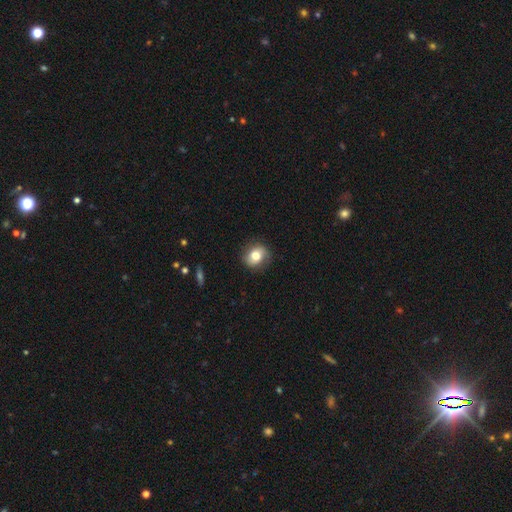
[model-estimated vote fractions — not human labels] Q: Smooth or featured?
A: smooth (70%); runner-up: featured or disk (21%)
Q: How rounded?
A: round (64%); runner-up: in between (35%)
Q: Merging?
A: none (81%); runner-up: minor disturbance (14%)